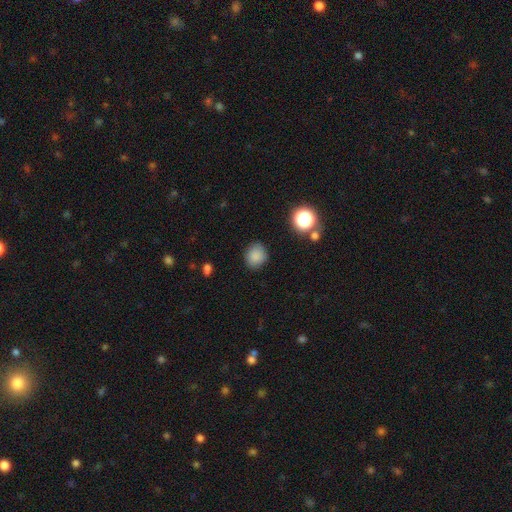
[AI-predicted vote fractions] This appears to be a smooth galaxy with no disk features (84%) that is round (76%). Merging: none (84%).